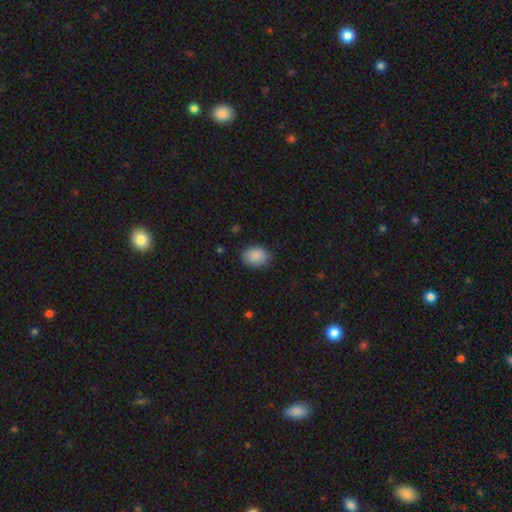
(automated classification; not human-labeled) Overall: smooth (89%). How rounded: in between (67%; round 32%). Merging: none (84%).